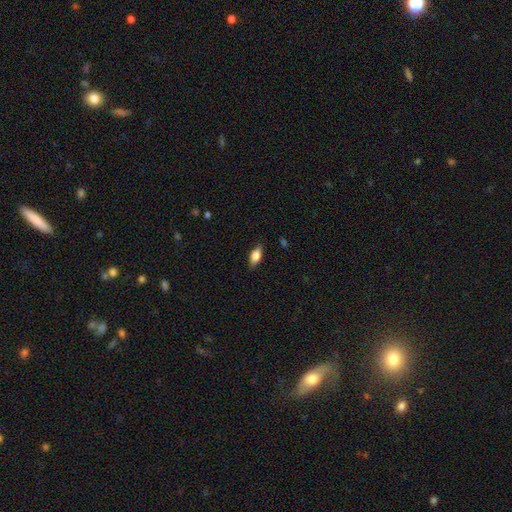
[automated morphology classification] A smooth galaxy with no disk features (78%) that is in between round and cigar-shaped (84%).

Vote fractions:
- Smooth or featured? smooth: 78% / featured or disk: 15% / star or artifact: 7%
- How rounded? in between: 84% / cigar-shaped: 13% / round: 4%
- Merging? none: 84% / minor disturbance: 12% / major disturbance: 2% / merger: 1%